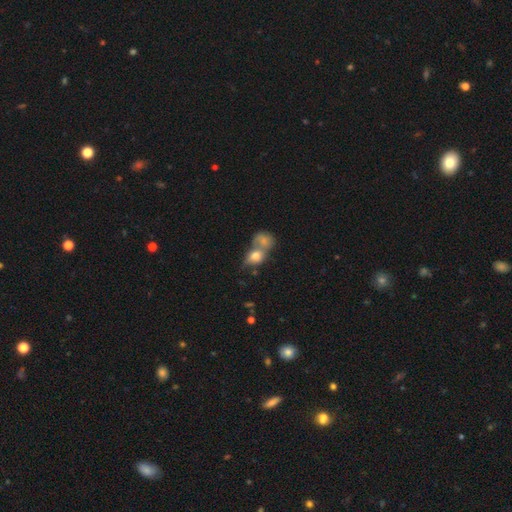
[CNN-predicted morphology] The model was most divided on "how rounded": round: 51%, in between: 46%, cigar-shaped: 3%. More confident: smooth or featured — smooth (72%); merging — merger (64%).